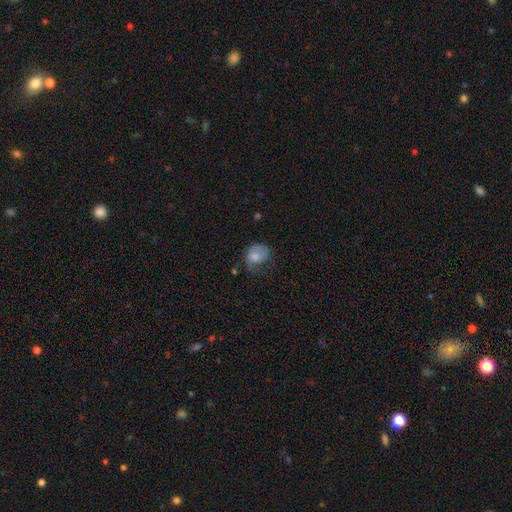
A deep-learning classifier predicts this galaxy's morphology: A smooth galaxy with no disk features (69%) that is round (50%).

Vote fractions:
- Smooth or featured? smooth: 69% / featured or disk: 23% / star or artifact: 8%
- How rounded? round: 50% / in between: 49% / cigar-shaped: 1%
- Merging? none: 39% / minor disturbance: 34% / major disturbance: 25% / merger: 2%